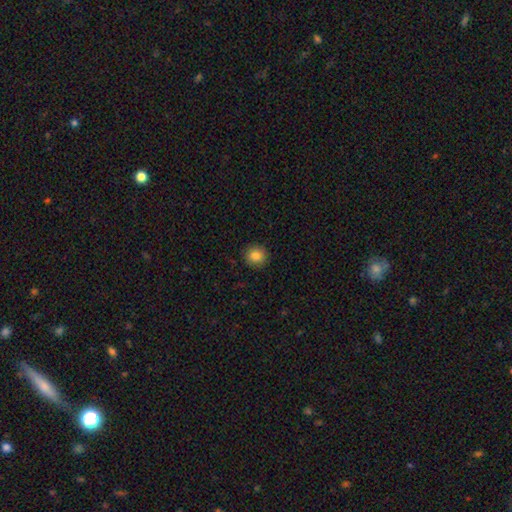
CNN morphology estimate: smooth_or_featured: smooth (p=0.83) [alt: star or artifact p=0.10]
how_rounded: round (p=0.91) [alt: in between p=0.08]
merging: none (p=0.92) [alt: minor disturbance p=0.06]